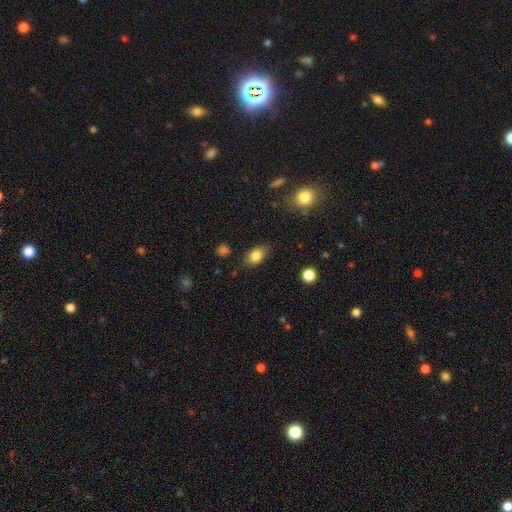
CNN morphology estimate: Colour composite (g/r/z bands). It shows a smooth galaxy with no disk features (82%) that is in between round and cigar-shaped (82%). Merging: none (78%).